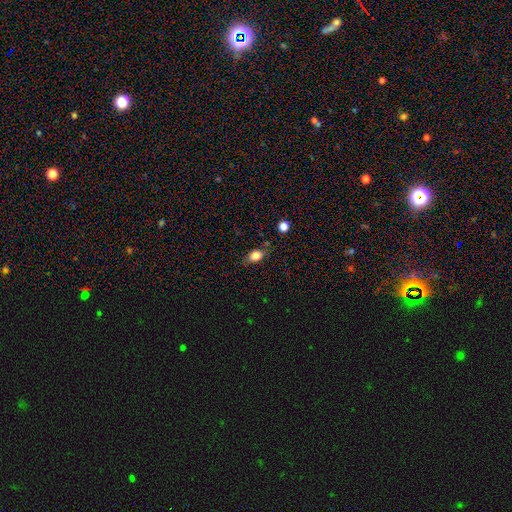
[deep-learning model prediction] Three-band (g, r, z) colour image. It shows a smooth galaxy with no disk features (83%) that is in between round and cigar-shaped (75%). Merging: none (76%).